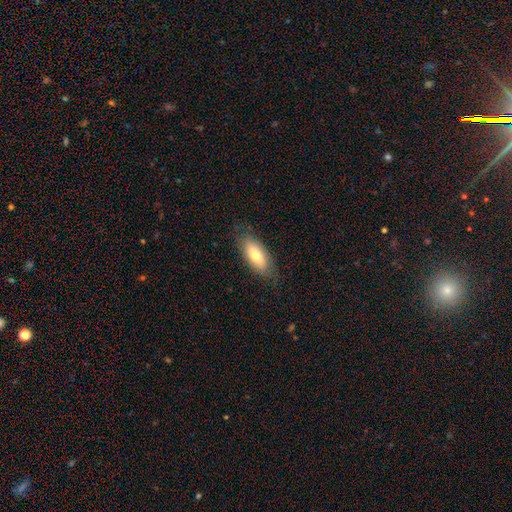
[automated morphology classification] A smooth galaxy with no disk features (70%) that is in between round and cigar-shaped (83%). Merging: none (81%).